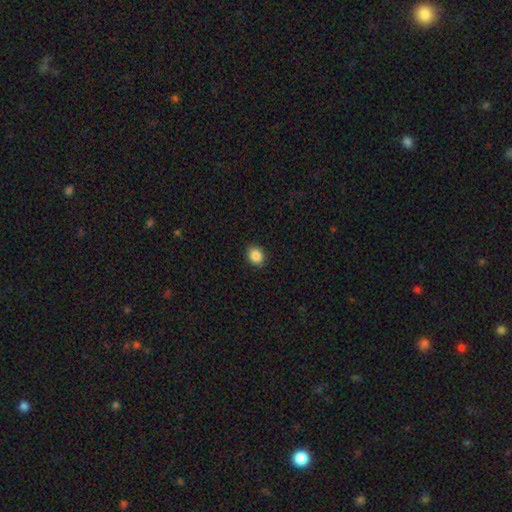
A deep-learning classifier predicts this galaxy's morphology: smooth 87%, star or artifact 9%, featured or disk 4%. Down the decision tree: how rounded — round (52%); merging — none (90%).